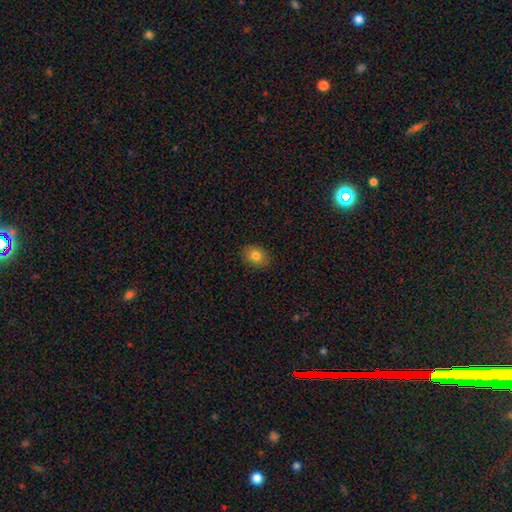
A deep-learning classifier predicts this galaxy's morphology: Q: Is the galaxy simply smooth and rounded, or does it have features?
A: smooth — 80%.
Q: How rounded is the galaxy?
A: in between — 64%.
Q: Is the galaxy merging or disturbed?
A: none — 88%.